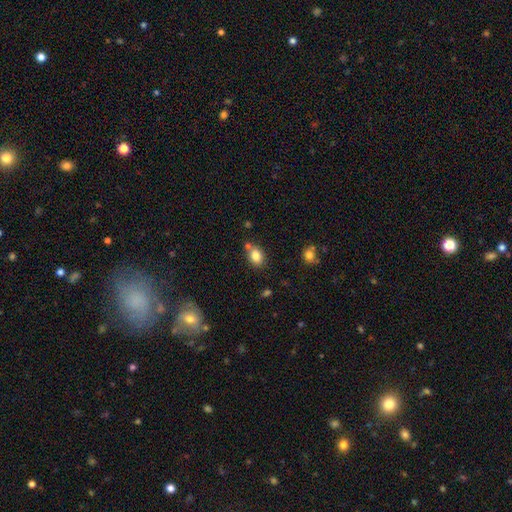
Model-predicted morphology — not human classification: Smooth or featured? Predicted: smooth (p=0.82). How rounded? Predicted: in between (p=0.70). Merging? Predicted: none (p=0.66).